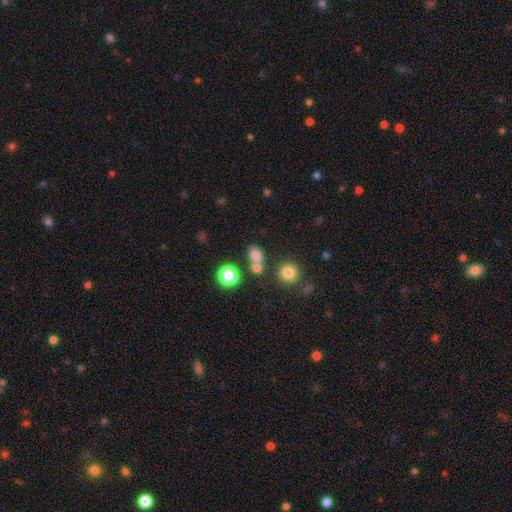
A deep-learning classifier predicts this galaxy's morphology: smooth-or-featured: smooth: 76% | star or artifact: 16% | featured or disk: 8%
  how-rounded: in between: 59% | round: 39% | cigar-shaped: 2%
  merging: none: 51% | merger: 33% | minor disturbance: 11% | major disturbance: 5%